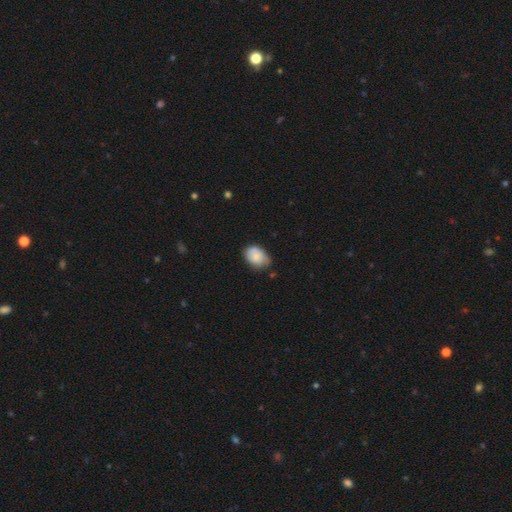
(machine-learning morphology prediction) Smooth or featured: smooth — 76% (featured or disk — 16%)
How rounded: in between — 79% (round — 20%)
Merging: none — 55% (minor disturbance — 36%)